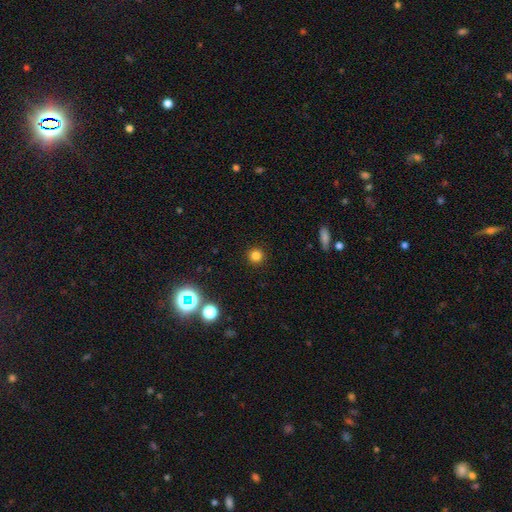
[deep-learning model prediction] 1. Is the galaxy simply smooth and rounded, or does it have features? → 80% smooth, 16% star or artifact, 5% featured or disk.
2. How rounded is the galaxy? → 95% round, 4% in between, 1% cigar-shaped.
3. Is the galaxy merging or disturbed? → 93% none, 4% minor disturbance, 2% major disturbance, 1% merger.